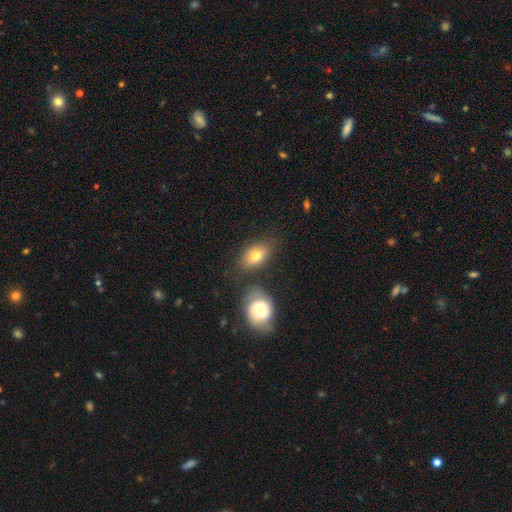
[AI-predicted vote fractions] A smooth galaxy with no disk features (77%) that is in between round and cigar-shaped (84%). Merging: none (67%).